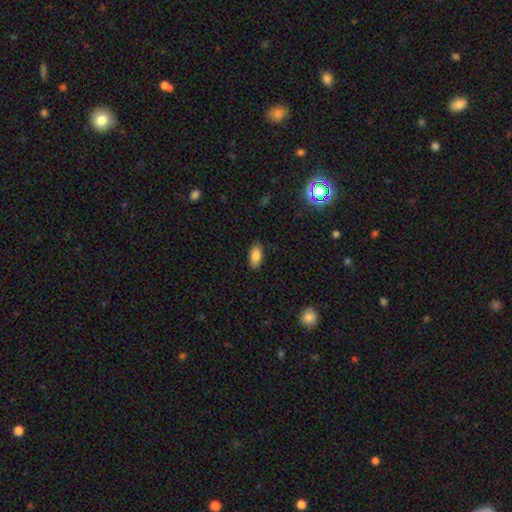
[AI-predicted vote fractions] A smooth galaxy with no disk features (85%) that is in between round and cigar-shaped (91%). Merging: none (87%).